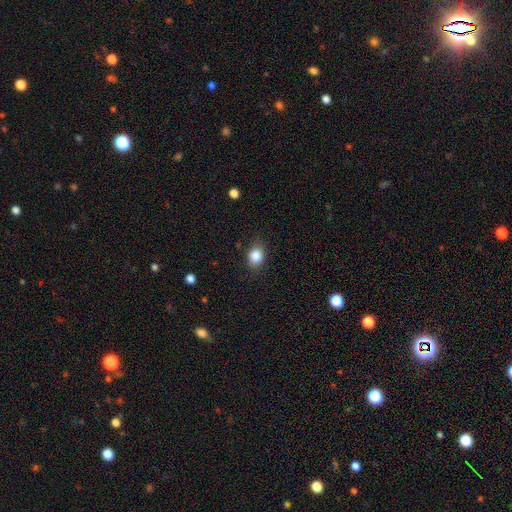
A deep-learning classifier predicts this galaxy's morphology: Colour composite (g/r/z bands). It shows a smooth galaxy with no disk features (85%) that is in between round and cigar-shaped (51%). Merging: none (81%).